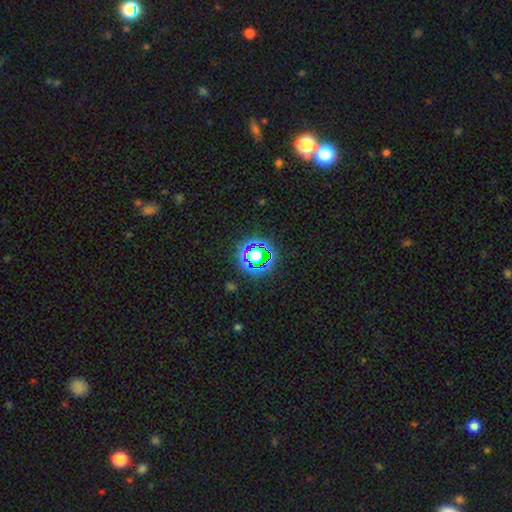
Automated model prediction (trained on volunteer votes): This is likely a star or artifact rather than a galaxy (64%).